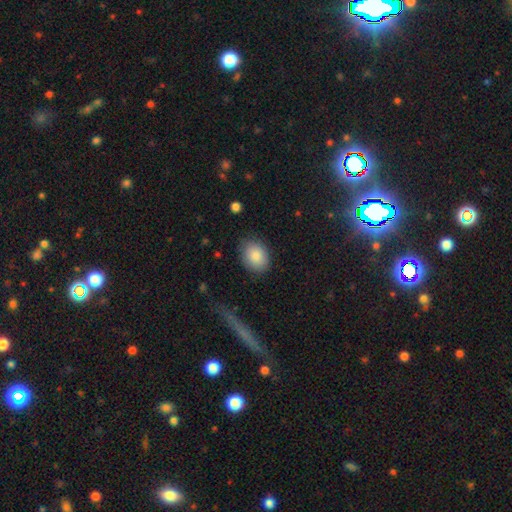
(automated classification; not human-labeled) Morphology: type=smooth (87%); roundness=in between (66%); merging=none (83%).